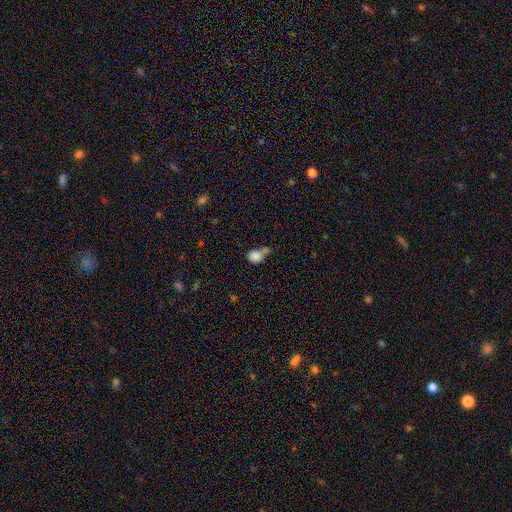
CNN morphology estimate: The model was most divided on "merging": merger: 34%, none: 31%, minor disturbance: 23%, major disturbance: 12%. More confident: smooth or featured — smooth (82%); how rounded — round (61%).